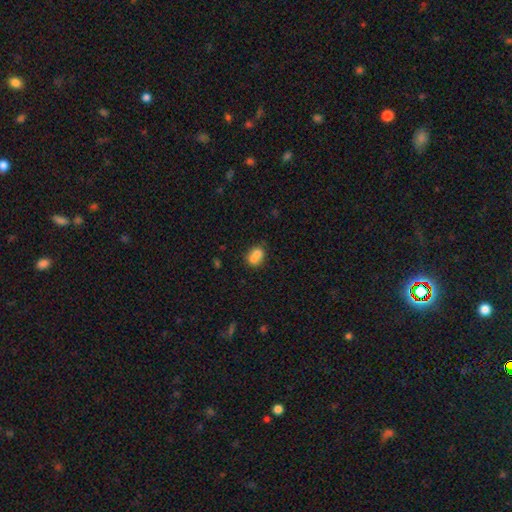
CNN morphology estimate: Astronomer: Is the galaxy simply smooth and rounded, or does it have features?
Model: smooth — 72%.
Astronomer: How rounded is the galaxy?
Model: round — 56% (runner-up: in between, 42%).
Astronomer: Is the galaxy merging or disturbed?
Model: merger — 62%.